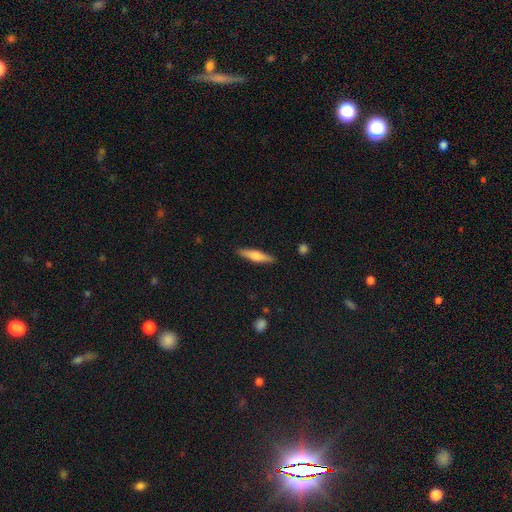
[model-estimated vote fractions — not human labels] The model was most divided on "smooth or featured": smooth: 60%, featured or disk: 34%, star or artifact: 6%. More confident: merging — none (89%); how rounded — cigar-shaped (81%).